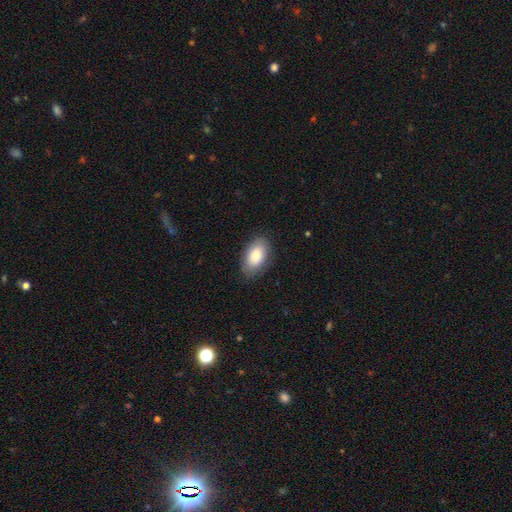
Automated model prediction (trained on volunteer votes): smooth-or-featured: smooth: 83% | featured or disk: 11% | star or artifact: 6%
  how-rounded: in between: 93% | round: 5% | cigar-shaped: 2%
  merging: none: 83% | minor disturbance: 12% | major disturbance: 3% | merger: 1%